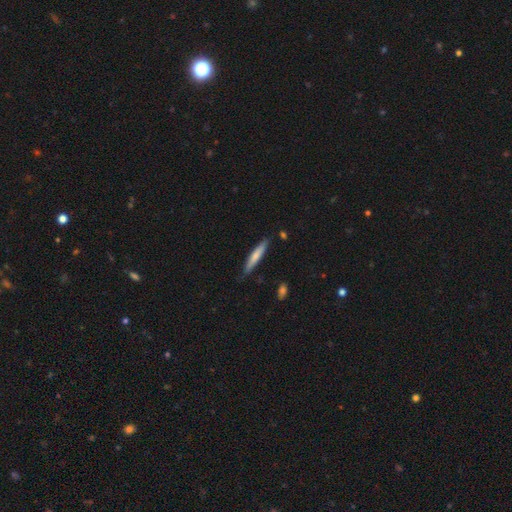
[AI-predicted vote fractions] A smooth galaxy with no disk features (66%) that is cigar-shaped (92%). Merging: none (84%).